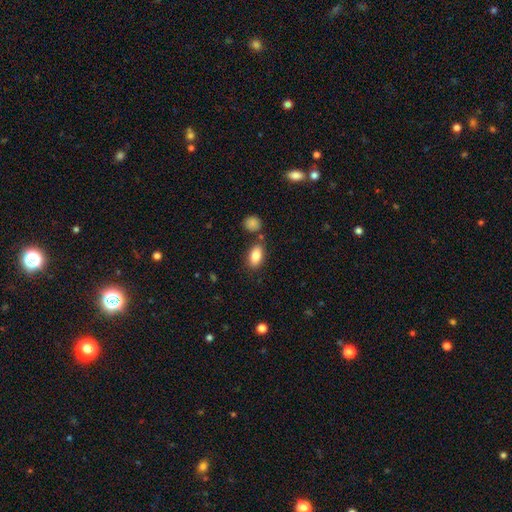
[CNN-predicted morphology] Smooth or featured? smooth (84%)
How rounded? in between (90%)
Merging? none (77%)